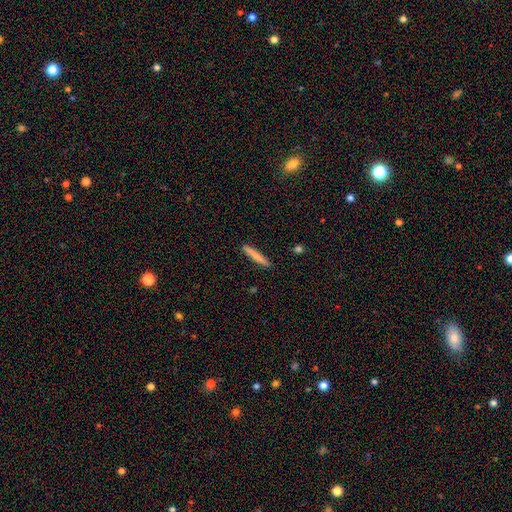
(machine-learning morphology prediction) Smooth or featured?
  - smooth: 76% *
  - featured or disk: 18%
  - star or artifact: 6%
How rounded?
  - cigar-shaped: 94% *
  - in between: 4%
  - round: 1%
Merging?
  - none: 89% *
  - minor disturbance: 8%
  - major disturbance: 2%
  - merger: 1%